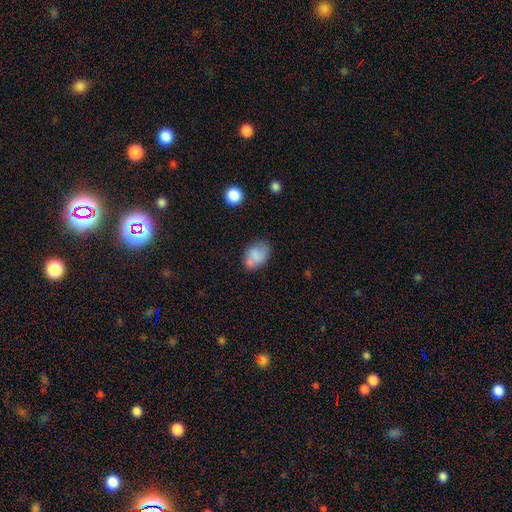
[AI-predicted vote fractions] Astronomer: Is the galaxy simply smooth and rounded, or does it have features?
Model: smooth — 77%.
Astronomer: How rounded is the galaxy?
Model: in between — 75%.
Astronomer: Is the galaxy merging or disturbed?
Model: none — 59%.